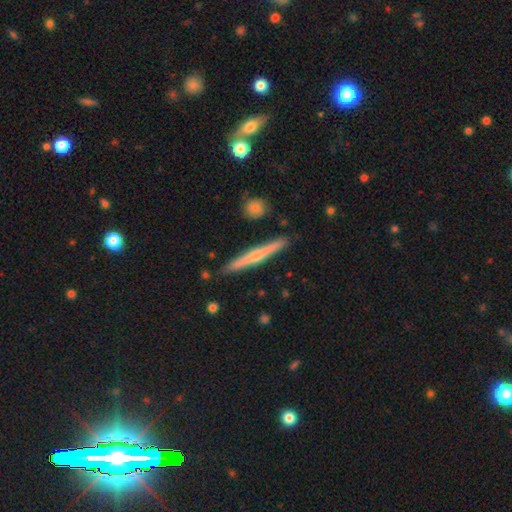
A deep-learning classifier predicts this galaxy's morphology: Overall: featured or disk (56%; smooth 39%). Edge-on disk: yes (97%). Edge-on bulge: rounded (61%; none 34%). Merging: none (89%).